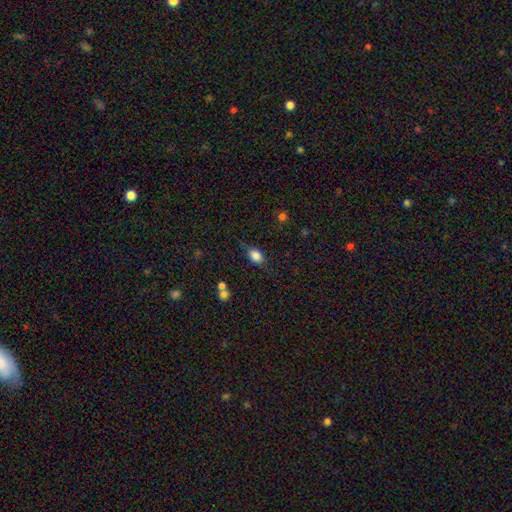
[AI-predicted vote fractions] Morphology: type=smooth (81%); roundness=in between (77%); merging=none (71%).